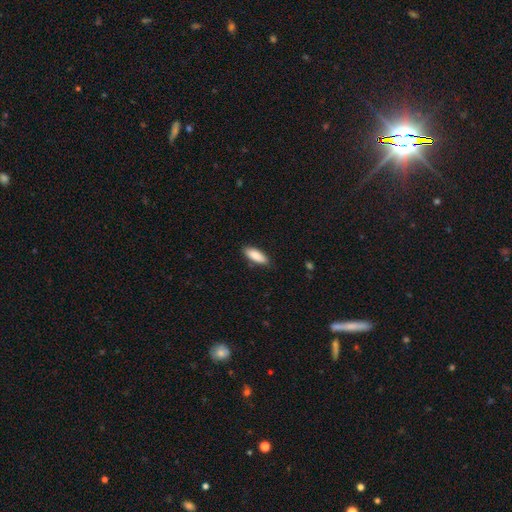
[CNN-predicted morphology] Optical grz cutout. It shows a smooth galaxy with no disk features (87%) that is in between round and cigar-shaped (69%). Merging: none (84%).